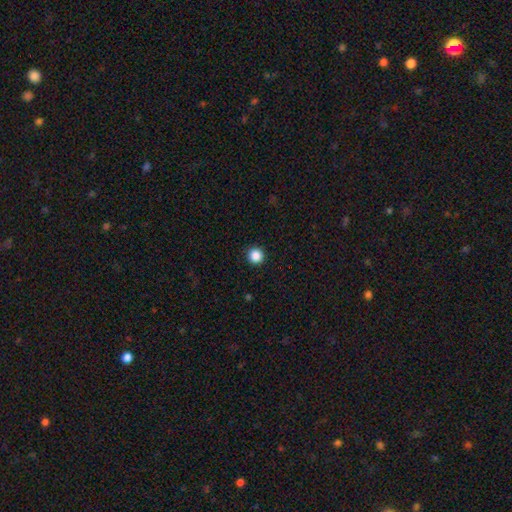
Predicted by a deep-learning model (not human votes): This is clearly a smooth galaxy (87%). How rounded: clearly round (96%). Merging: clearly none (94%).